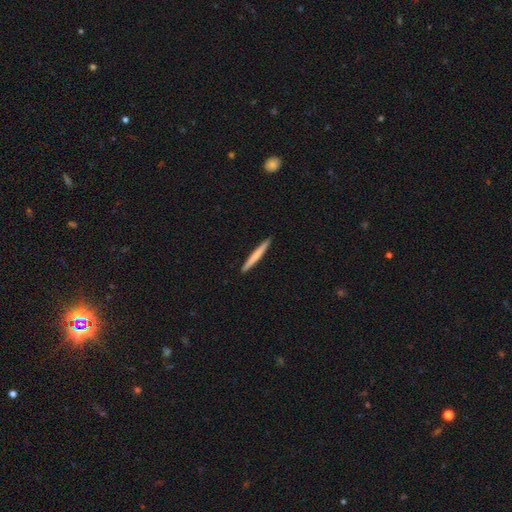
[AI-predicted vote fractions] Smooth or featured?
  - smooth: 68% *
  - featured or disk: 27%
  - star or artifact: 5%
How rounded?
  - cigar-shaped: 97% *
  - in between: 2%
  - round: 1%
Merging?
  - none: 93% *
  - minor disturbance: 5%
  - major disturbance: 1%
  - merger: 1%